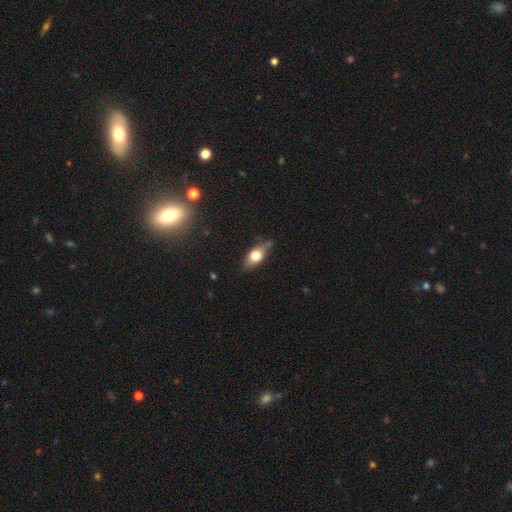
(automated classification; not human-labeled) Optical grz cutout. It shows a smooth galaxy with no disk features (59%) that is in between round and cigar-shaped (75%). Merging: none (69%).